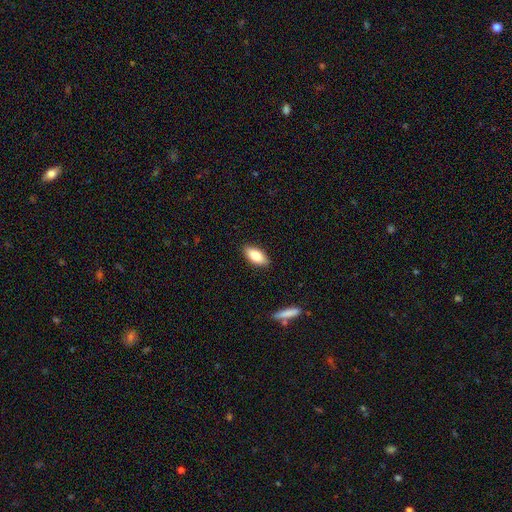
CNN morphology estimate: Smooth or featured: smooth — 80% (featured or disk — 13%)
How rounded: in between — 87% (cigar-shaped — 10%)
Merging: none — 88% (minor disturbance — 9%)